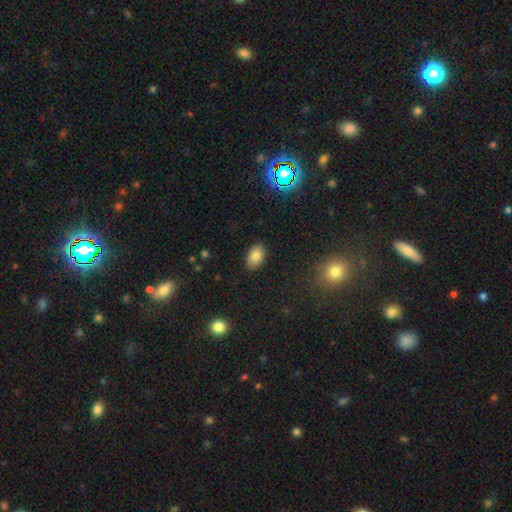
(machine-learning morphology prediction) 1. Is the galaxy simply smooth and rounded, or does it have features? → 83% smooth, 10% star or artifact, 7% featured or disk.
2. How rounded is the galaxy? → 91% in between, 8% round, 1% cigar-shaped.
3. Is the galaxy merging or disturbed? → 86% none, 11% minor disturbance, 2% major disturbance, 1% merger.